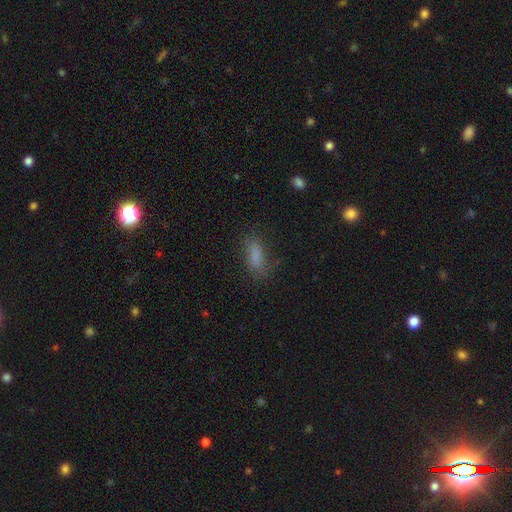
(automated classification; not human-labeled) smooth-or-featured: smooth: 77% | star or artifact: 12% | featured or disk: 11%
  how-rounded: in between: 73% | cigar-shaped: 23% | round: 4%
  merging: none: 65% | minor disturbance: 22% | major disturbance: 11% | merger: 2%